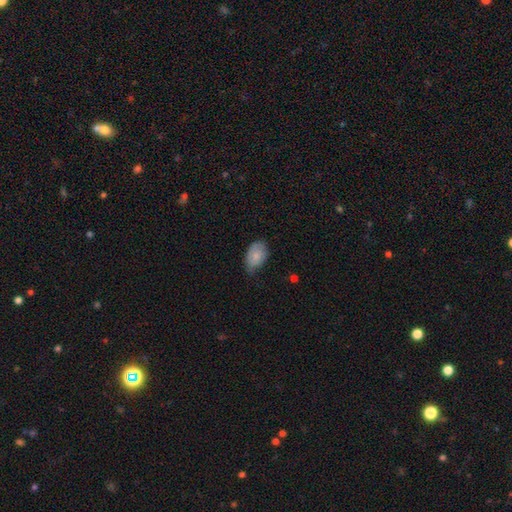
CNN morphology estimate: Smooth or featured?
  - smooth: 78% *
  - featured or disk: 16%
  - star or artifact: 7%
How rounded?
  - in between: 89% *
  - round: 9%
  - cigar-shaped: 1%
Merging?
  - none: 59% *
  - minor disturbance: 33%
  - major disturbance: 6%
  - merger: 1%